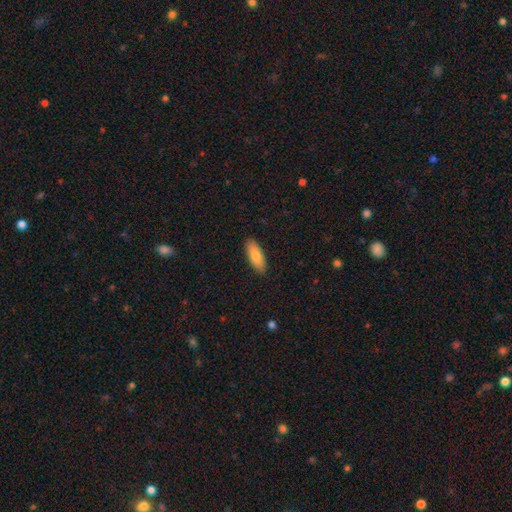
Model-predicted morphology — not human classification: Smooth or featured: smooth — 80% (featured or disk — 14%)
How rounded: in between — 73% (cigar-shaped — 25%)
Merging: none — 90% (minor disturbance — 8%)